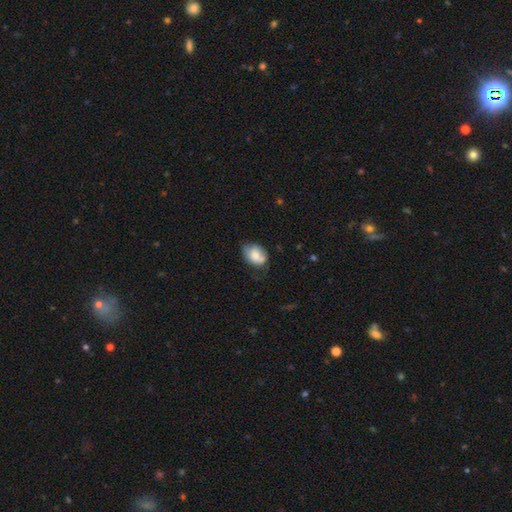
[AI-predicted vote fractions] The model was most divided on "merging": none: 48%, minor disturbance: 36%, major disturbance: 10%, merger: 6%. More confident: smooth or featured — smooth (74%); how rounded — in between (71%).